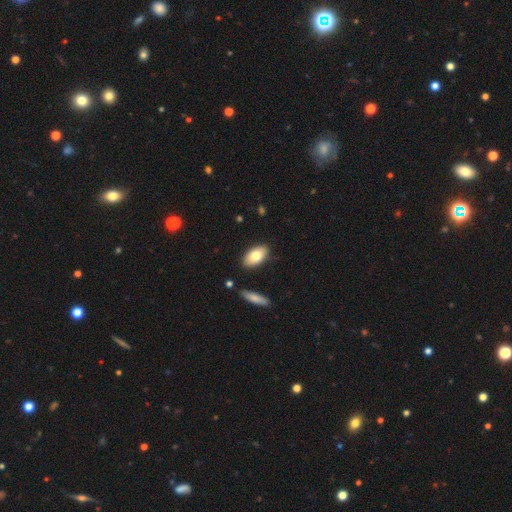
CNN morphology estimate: The model was most divided on "smooth or featured": smooth: 78%, featured or disk: 16%, star or artifact: 6%. More confident: how rounded — in between (92%); merging — none (85%).